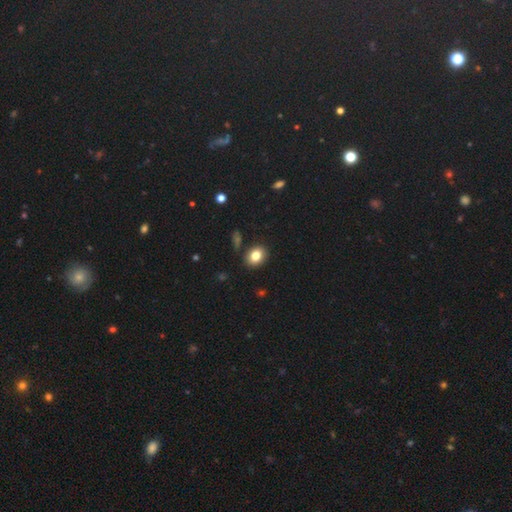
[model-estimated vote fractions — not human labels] Q: Smooth or featured?
A: smooth (81%); runner-up: star or artifact (10%)
Q: How rounded?
A: in between (57%); runner-up: round (42%)
Q: Merging?
A: none (86%); runner-up: minor disturbance (9%)